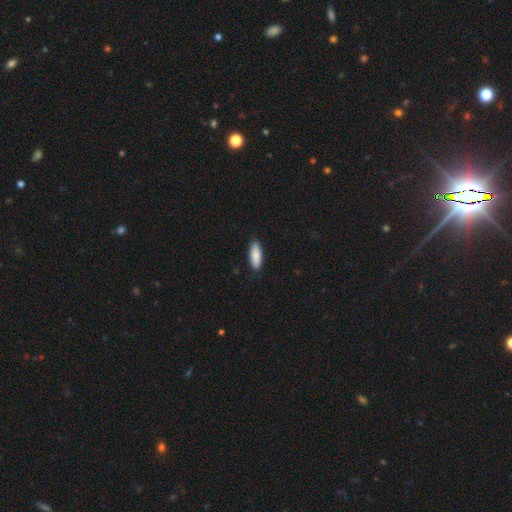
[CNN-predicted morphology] The model was most divided on "how rounded": in between: 63%, cigar-shaped: 35%, round: 2%. More confident: smooth or featured — smooth (89%); merging — none (87%).